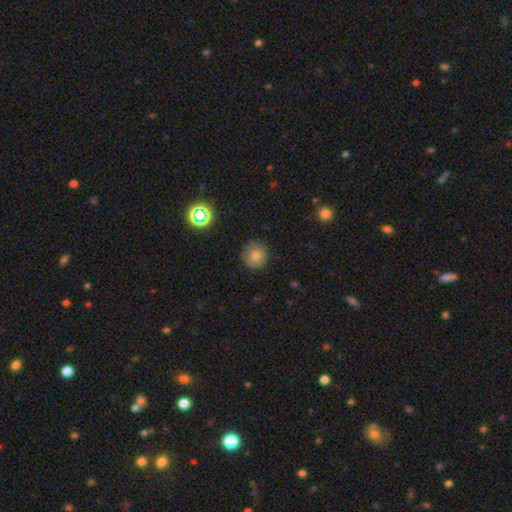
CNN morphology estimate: smooth_or_featured: smooth (p=0.75) [alt: star or artifact p=0.14]
how_rounded: round (p=0.93) [alt: in between p=0.06]
merging: none (p=0.86) [alt: minor disturbance p=0.11]